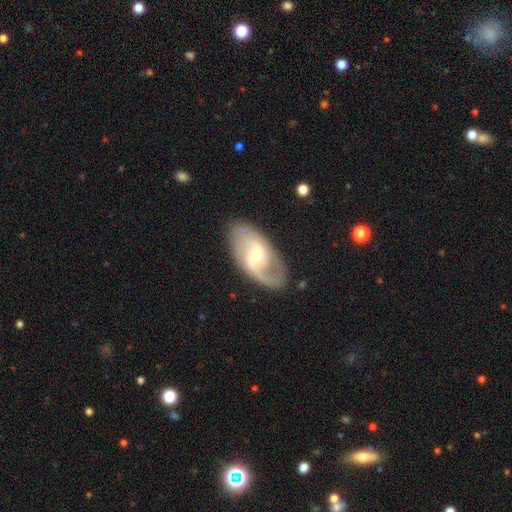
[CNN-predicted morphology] Smooth or featured?
  - featured or disk: 83% *
  - smooth: 12%
  - star or artifact: 5%
Edge-on disk?
  - no: 95% *
  - yes: 5%
Bar?
  - weak: 49% *
  - no: 35%
  - strong: 16%
Spiral arms?
  - yes: 94% *
  - no: 6%
Spiral winding?
  - medium: 48% *
  - loose: 33%
  - tight: 20%
Spiral arm count?
  - 2: 81% *
  - can't tell: 8%
  - 3: 5%
  - 1: 3%
  - 4: 2%
  - more than 4: 2%
Bulge size?
  - small: 52% *
  - moderate: 44%
  - large: 3%
  - none: 1%
  - dominant: 1%
Merging?
  - none: 81% *
  - minor disturbance: 13%
  - major disturbance: 5%
  - merger: 1%